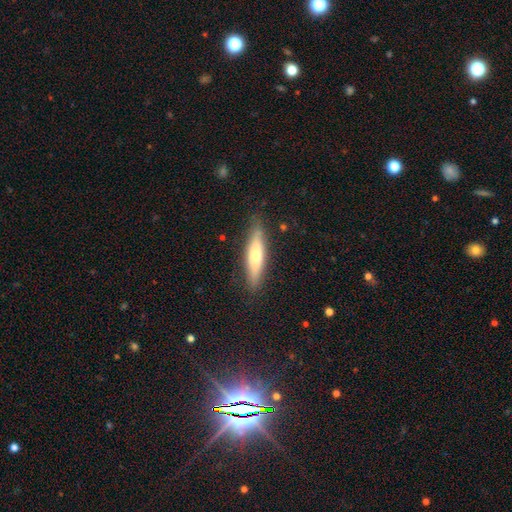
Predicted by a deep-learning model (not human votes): Smooth or featured? smooth (60%)
How rounded? cigar-shaped (75%)
Merging? none (84%)